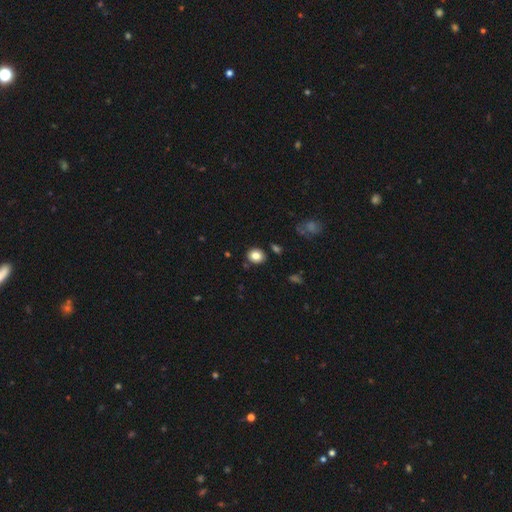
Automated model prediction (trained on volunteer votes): Morphology: type=smooth (83%); roundness=round (61%); merging=none (86%).